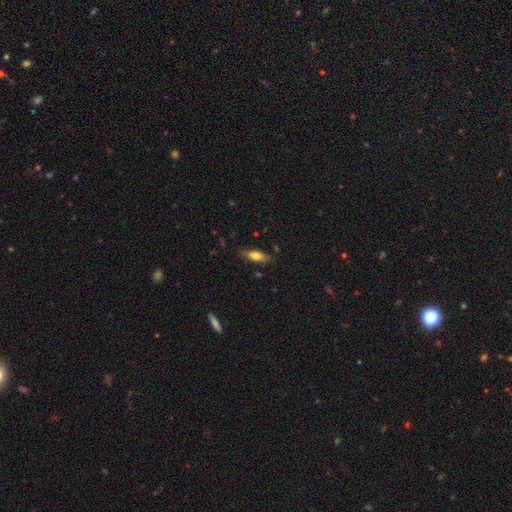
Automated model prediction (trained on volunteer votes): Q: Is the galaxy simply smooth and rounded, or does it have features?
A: smooth — 71%.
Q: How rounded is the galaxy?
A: in between — 66%.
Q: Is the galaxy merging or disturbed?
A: none — 79%.